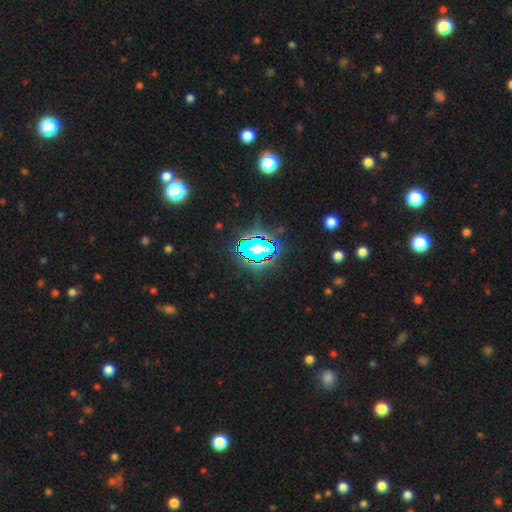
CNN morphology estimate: The model was most divided on "smooth or featured": star or artifact: 78%, smooth: 14%, featured or disk: 7%.